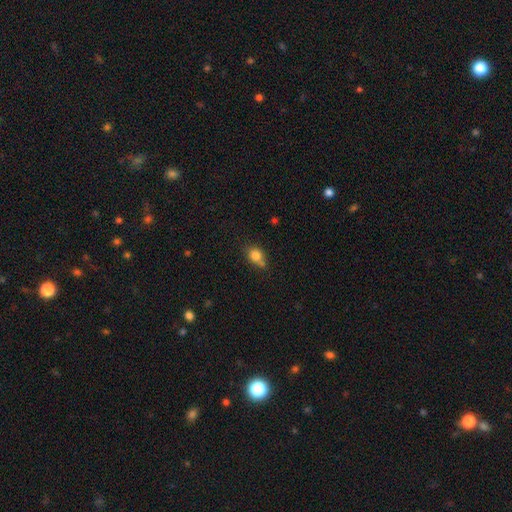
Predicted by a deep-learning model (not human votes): Overall: smooth (80%). How rounded: round (55%; in between 43%). Merging: none (51%; minor disturbance 25%).